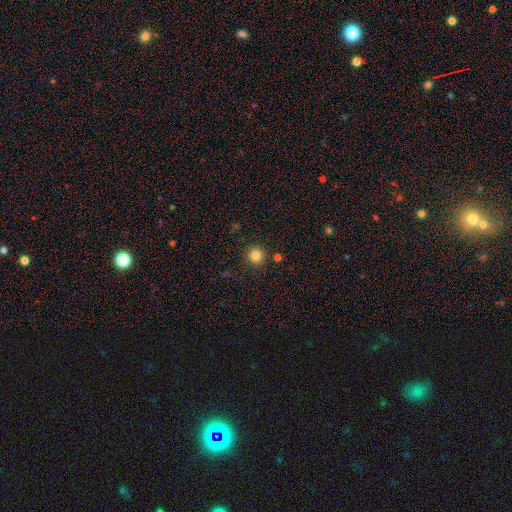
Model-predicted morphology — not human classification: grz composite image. It shows a smooth galaxy with no disk features (83%) that is round (94%). Merging: none (88%).